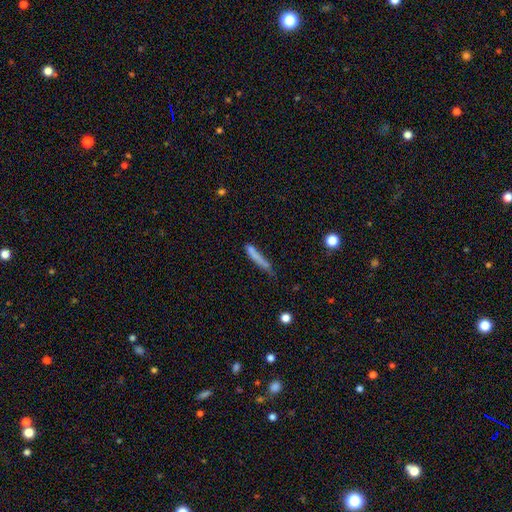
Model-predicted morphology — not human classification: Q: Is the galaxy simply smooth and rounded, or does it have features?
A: smooth — 73%.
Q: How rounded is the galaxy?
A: cigar-shaped — 91%.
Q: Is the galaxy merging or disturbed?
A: none — 54%.